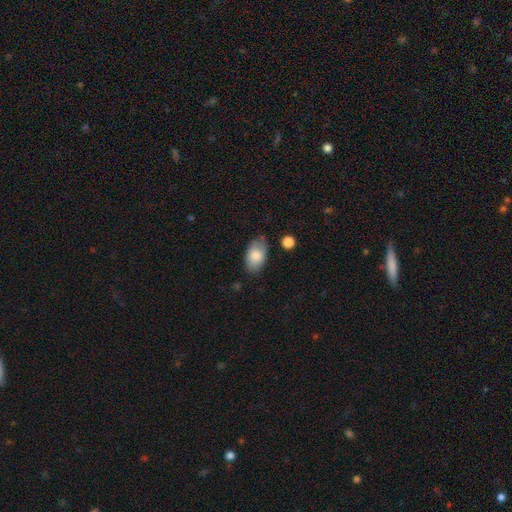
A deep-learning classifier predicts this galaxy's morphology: Smooth or featured? Predicted: smooth (p=0.83). How rounded? Predicted: in between (p=0.92). Merging? Predicted: none (p=0.72).